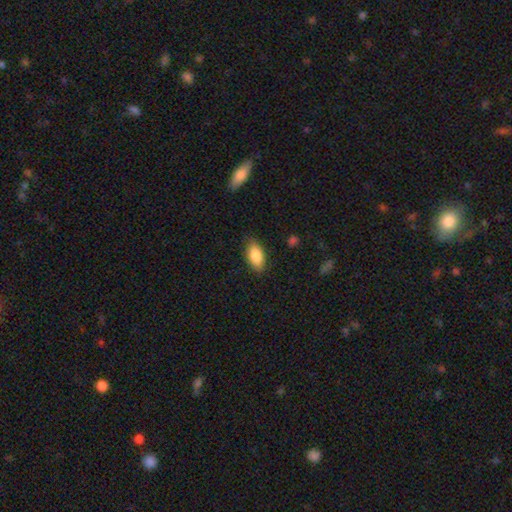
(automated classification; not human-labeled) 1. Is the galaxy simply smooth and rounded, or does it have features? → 86% smooth, 7% featured or disk, 7% star or artifact.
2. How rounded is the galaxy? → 91% in between, 6% cigar-shaped, 3% round.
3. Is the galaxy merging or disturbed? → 85% none, 11% minor disturbance, 3% major disturbance, 1% merger.